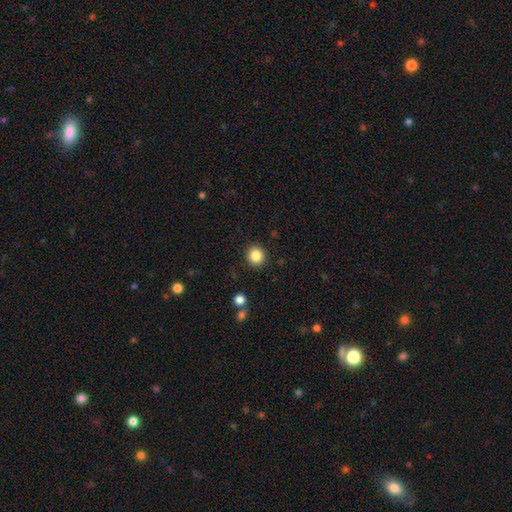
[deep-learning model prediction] This is clearly a smooth galaxy (86%). How rounded: clearly round (88%). Merging: clearly none (90%).